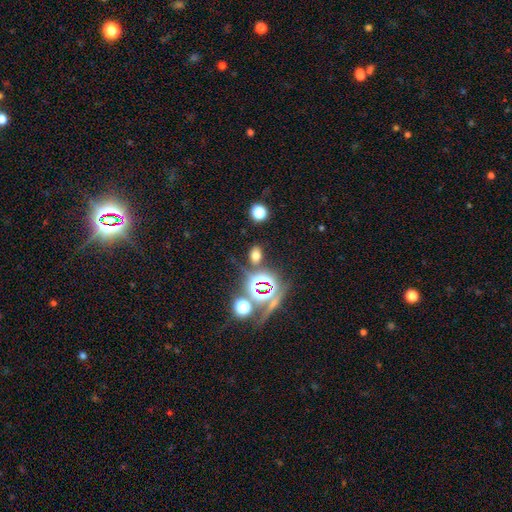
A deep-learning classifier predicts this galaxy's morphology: This appears to be a smooth galaxy with no disk features (59%) that is in between round and cigar-shaped (74%). Merging: none (81%).